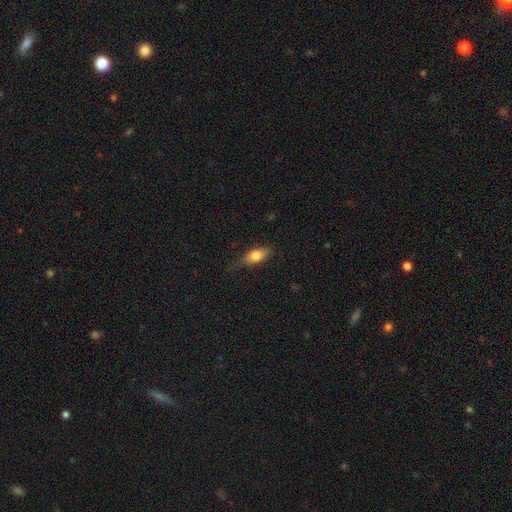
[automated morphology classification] Smooth or featured? Predicted: smooth (p=0.76). How rounded? Predicted: in between (p=0.82). Merging? Predicted: none (p=0.65).